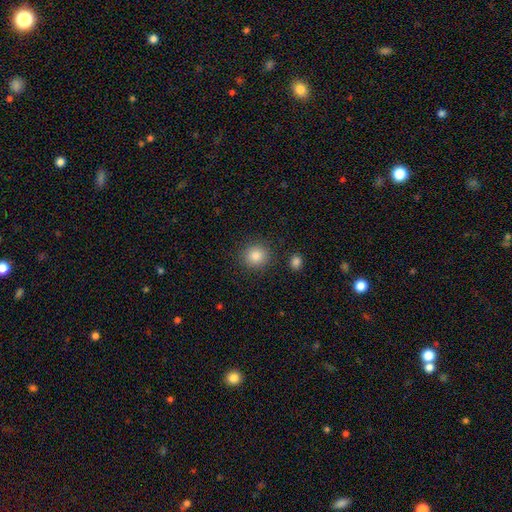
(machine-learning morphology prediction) Q: Smooth or featured?
A: smooth (85%); runner-up: star or artifact (10%)
Q: How rounded?
A: round (90%); runner-up: in between (9%)
Q: Merging?
A: none (88%); runner-up: minor disturbance (7%)